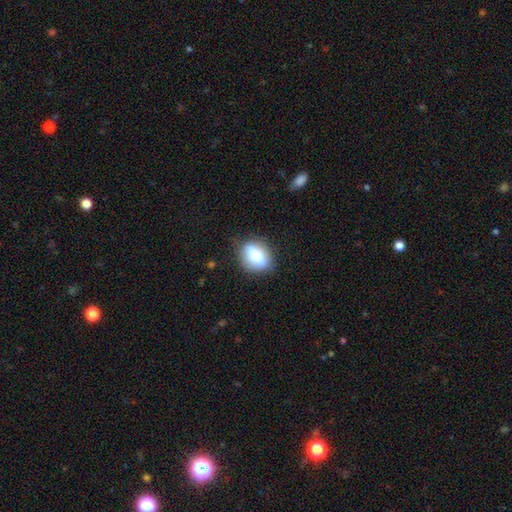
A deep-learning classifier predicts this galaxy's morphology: The model was most divided on "smooth or featured": smooth: 64%, featured or disk: 28%, star or artifact: 8%. More confident: merging — none (79%); how rounded — in between (65%).